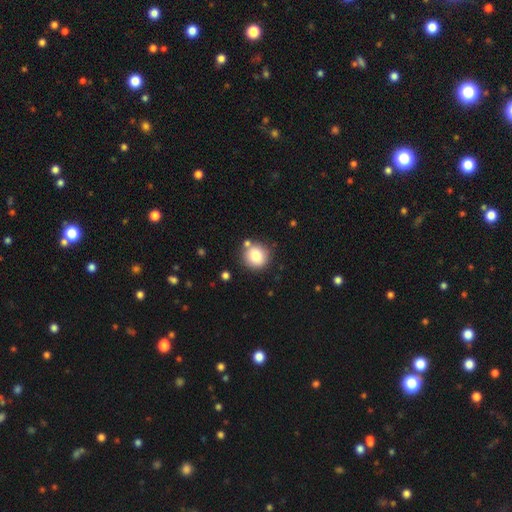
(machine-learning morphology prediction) smooth-or-featured: smooth: 79% | star or artifact: 10% | featured or disk: 10%
  how-rounded: round: 91% | in between: 8% | cigar-shaped: 1%
  merging: none: 79% | minor disturbance: 10% | merger: 9% | major disturbance: 3%